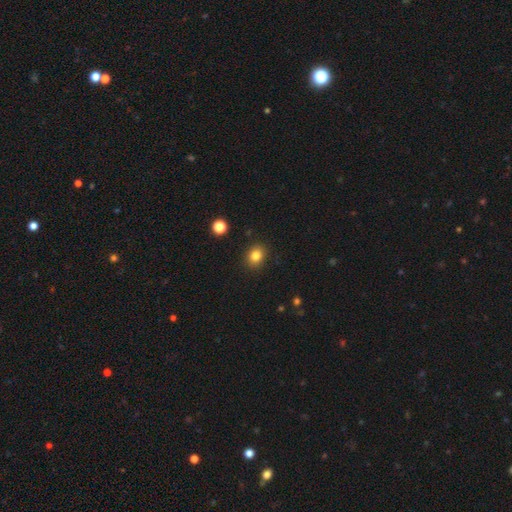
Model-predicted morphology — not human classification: Smooth or featured? smooth (83%)
How rounded? round (54%)
Merging? none (88%)